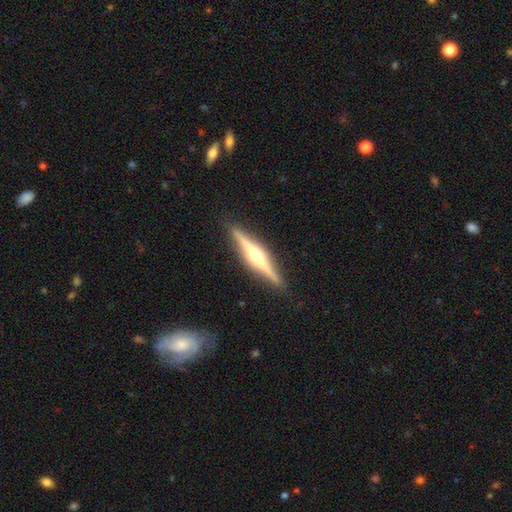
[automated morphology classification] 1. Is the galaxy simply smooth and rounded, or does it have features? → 80% featured or disk, 15% smooth, 5% star or artifact.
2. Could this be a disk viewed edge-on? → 98% yes, 2% no.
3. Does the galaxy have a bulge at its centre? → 89% rounded, 7% boxy, 3% none.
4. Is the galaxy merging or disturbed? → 90% none, 7% minor disturbance, 1% major disturbance, 1% merger.